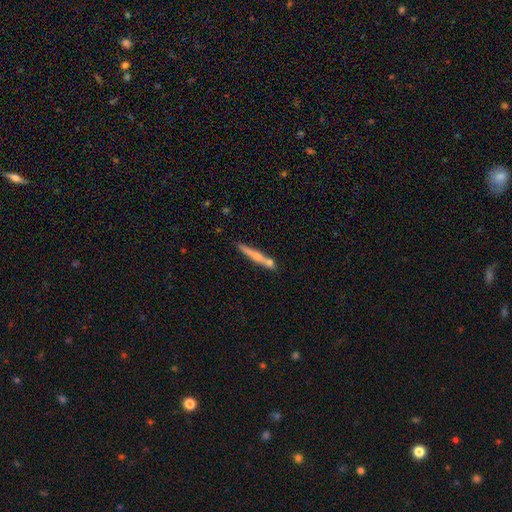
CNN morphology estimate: Smooth or featured? smooth (54%)
How rounded? cigar-shaped (94%)
Merging? none (68%)